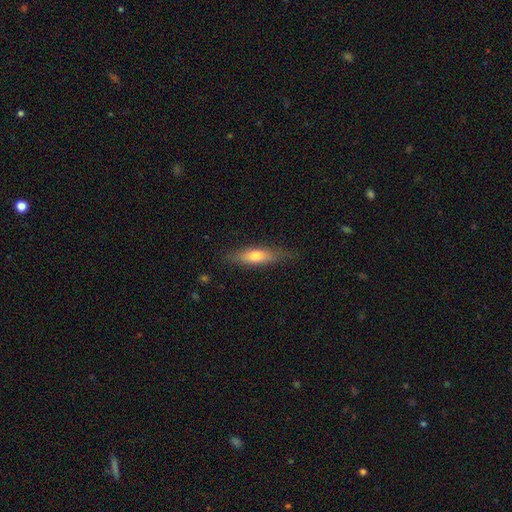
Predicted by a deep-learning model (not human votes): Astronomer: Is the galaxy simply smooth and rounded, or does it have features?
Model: smooth — 63%.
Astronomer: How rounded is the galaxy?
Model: cigar-shaped — 62%.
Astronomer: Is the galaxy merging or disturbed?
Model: none — 77%.